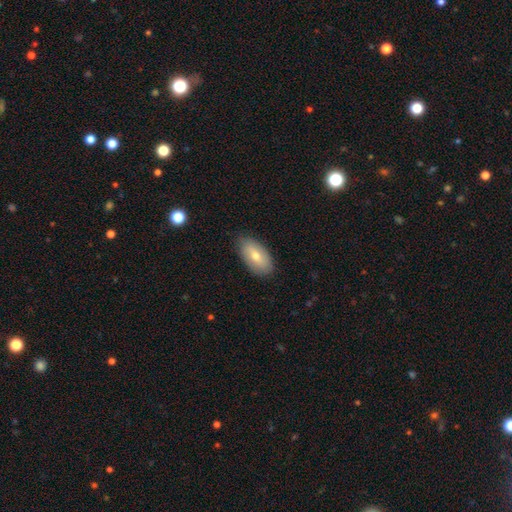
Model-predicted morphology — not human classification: Q: Smooth or featured?
A: smooth (66%); runner-up: featured or disk (26%)
Q: How rounded?
A: in between (93%); runner-up: cigar-shaped (4%)
Q: Merging?
A: none (85%); runner-up: minor disturbance (12%)